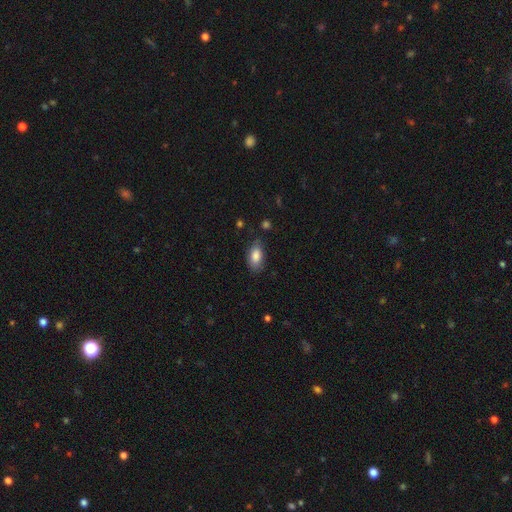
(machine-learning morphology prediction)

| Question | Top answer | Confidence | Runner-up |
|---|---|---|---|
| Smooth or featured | smooth | 85% | featured or disk (8%) |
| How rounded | in between | 91% | round (4%) |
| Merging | none | 74% | minor disturbance (20%) |